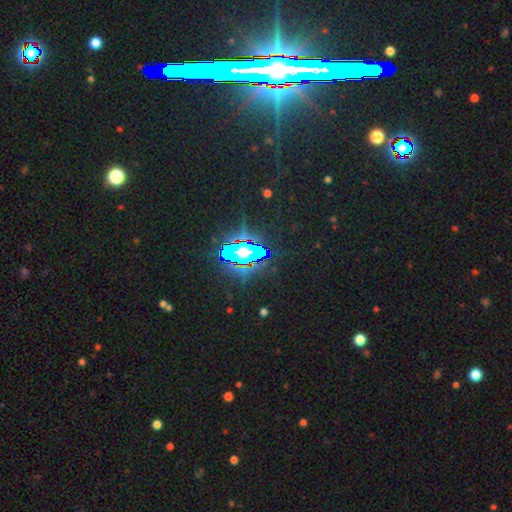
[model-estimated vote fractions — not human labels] A star or artifact, not a galaxy (83%).